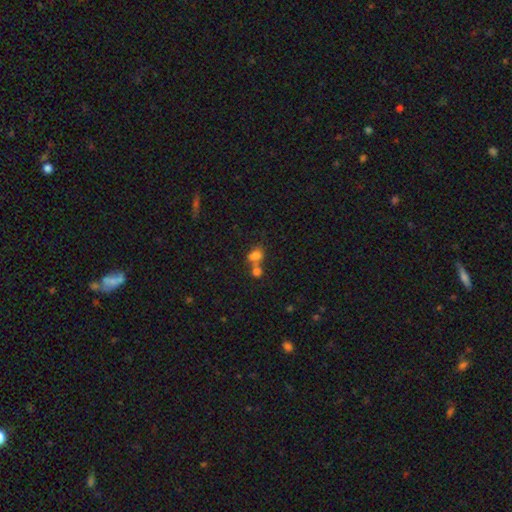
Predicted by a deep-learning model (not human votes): Smooth or featured: smooth — 75% (star or artifact — 13%)
How rounded: in between — 49% (tied with round — 49%)
Merging: merger — 54% (none — 31%)